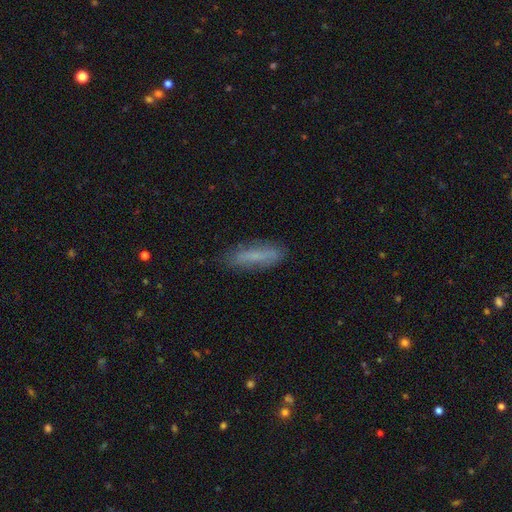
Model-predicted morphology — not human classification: The model was most divided on "smooth or featured": smooth: 63%, featured or disk: 28%, star or artifact: 9%. More confident: merging — none (79%); how rounded — cigar-shaped (70%).